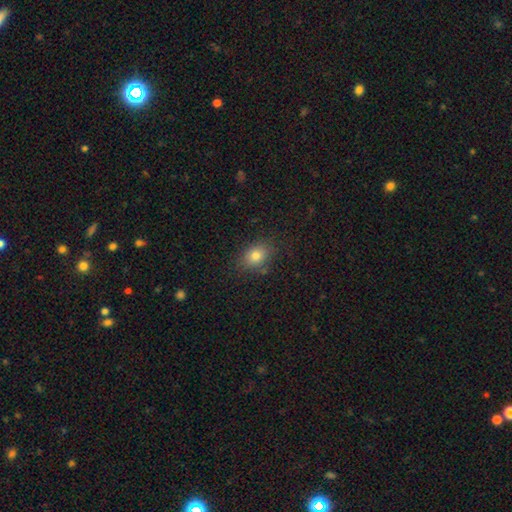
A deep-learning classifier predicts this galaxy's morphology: The model was most divided on "how rounded": in between: 69%, round: 30%, cigar-shaped: 1%. More confident: smooth or featured — smooth (80%); merging — none (80%).